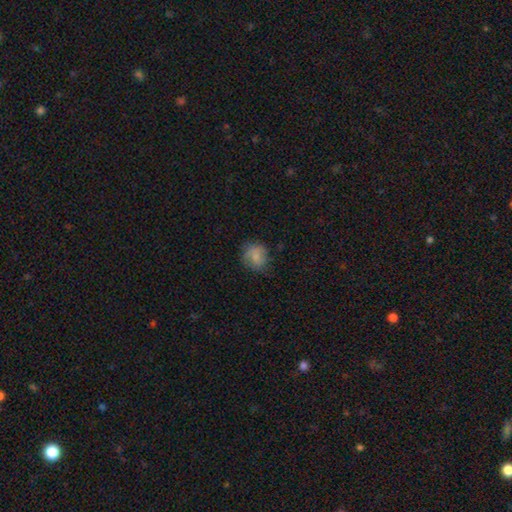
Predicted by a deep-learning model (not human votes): A smooth galaxy with no disk features (74%) that is round (71%). Merging: none (67%).